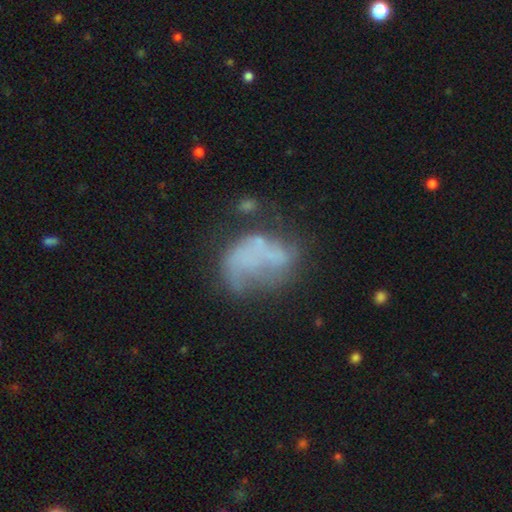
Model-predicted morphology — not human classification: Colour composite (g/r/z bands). It shows a featured or disk galaxy (52%) with no bar (88%), no spiral arms (77%) and no central bulge (81%). Merging: major disturbance (37%).